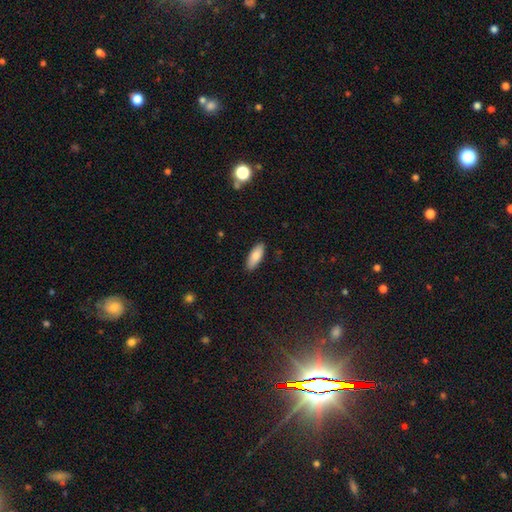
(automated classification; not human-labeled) This is clearly a smooth galaxy (83%). How rounded: likely in between (70%). Merging: clearly none (89%).